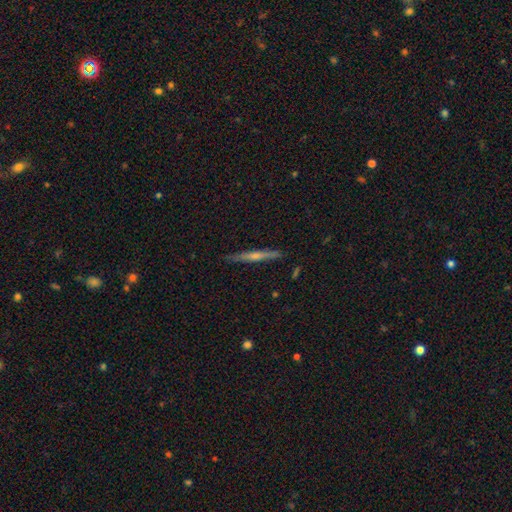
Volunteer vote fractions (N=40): Morphology: type=featured or disk (82%); edge-on=yes (100%); edge-on bulge=rounded (64%); merging=none (92%).